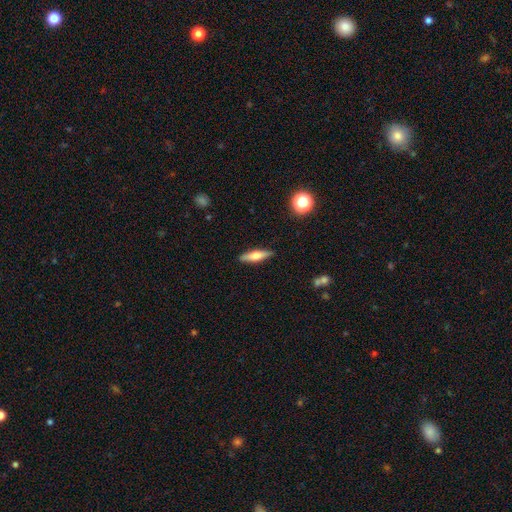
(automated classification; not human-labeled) This appears to be a smooth galaxy with no disk features (50%). Merging: none (89%).